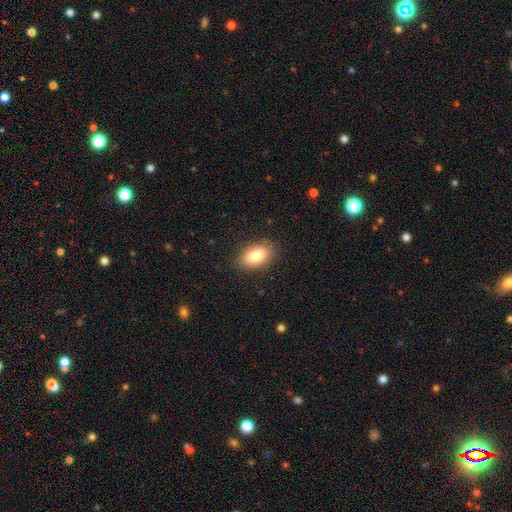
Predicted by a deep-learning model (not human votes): Morphology: type=smooth (82%); roundness=in between (90%); merging=none (86%).